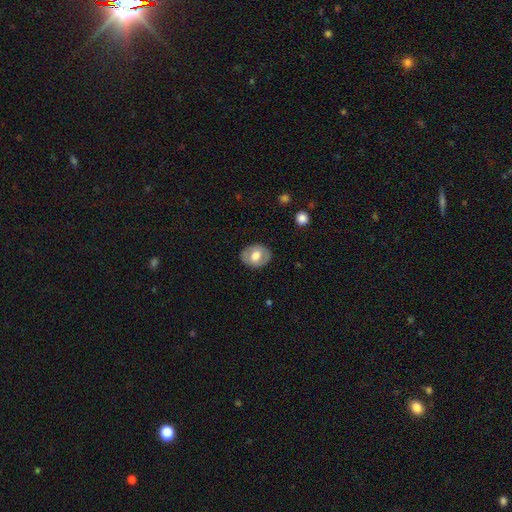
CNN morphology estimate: Overall: smooth (56%; featured or disk 38%). How rounded: in between (55%; round 44%). Merging: none (83%).